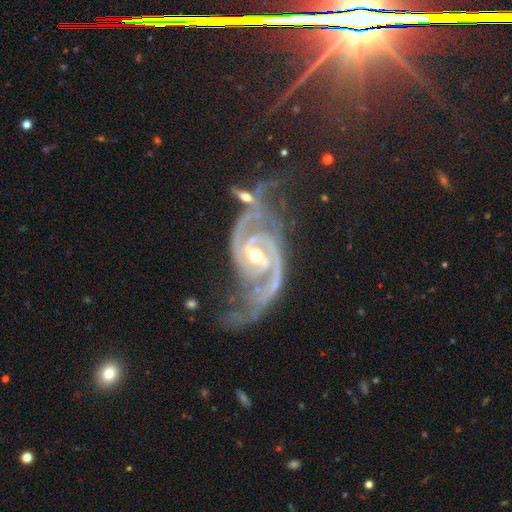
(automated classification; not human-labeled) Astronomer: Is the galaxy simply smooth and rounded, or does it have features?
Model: featured or disk — 93%.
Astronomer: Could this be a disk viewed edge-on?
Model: no — 97%.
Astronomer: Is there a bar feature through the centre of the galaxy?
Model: weak — 43% (runner-up: strong, 31%).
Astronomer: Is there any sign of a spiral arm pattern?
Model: yes — 98%.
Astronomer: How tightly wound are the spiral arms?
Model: medium — 50% (runner-up: tight, 33%).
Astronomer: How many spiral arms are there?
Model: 2 — 79%.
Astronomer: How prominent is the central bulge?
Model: moderate — 56% (runner-up: small, 40%).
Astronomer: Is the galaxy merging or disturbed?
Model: none — 36% (runner-up: major disturbance, 27%).